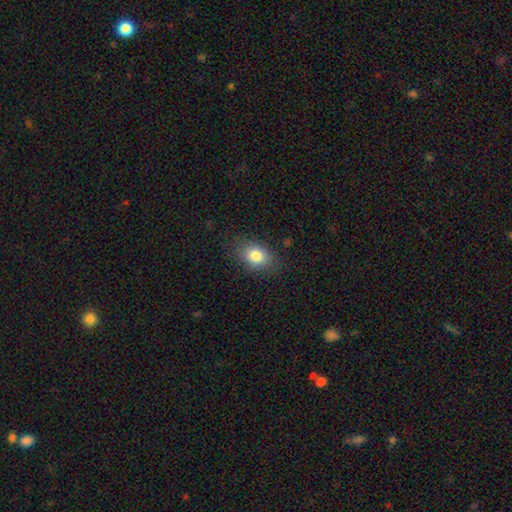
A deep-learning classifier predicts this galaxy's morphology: This appears to be a smooth galaxy with no disk features (81%) that is in between round and cigar-shaped (73%). Merging: none (82%).